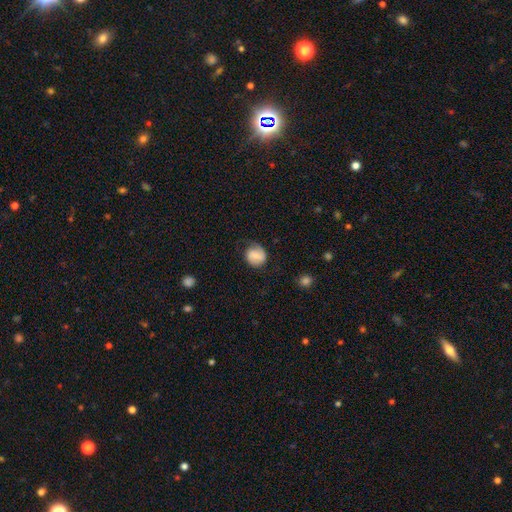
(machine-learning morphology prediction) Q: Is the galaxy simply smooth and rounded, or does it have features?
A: smooth — 69%.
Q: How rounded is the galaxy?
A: round — 82%.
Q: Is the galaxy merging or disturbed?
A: none — 72%.